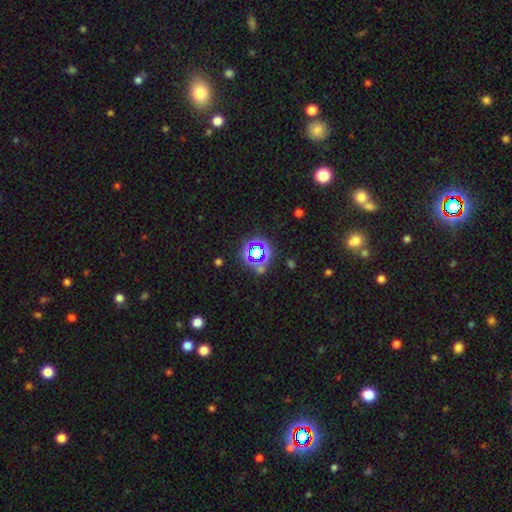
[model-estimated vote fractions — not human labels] Smooth or featured?
  - star or artifact: 65% *
  - smooth: 24%
  - featured or disk: 11%